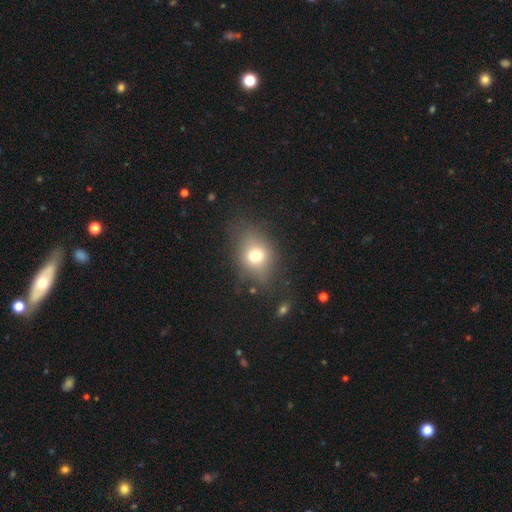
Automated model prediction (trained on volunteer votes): Overall: smooth (69%). How rounded: in between (55%; round 43%). Merging: none (69%).